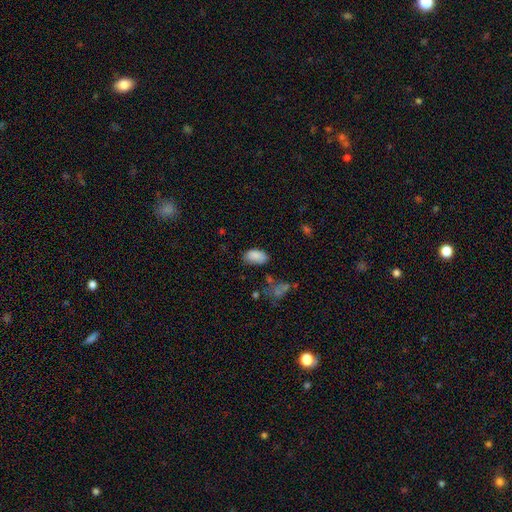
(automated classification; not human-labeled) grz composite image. It shows a smooth galaxy with no disk features (86%) that is in between round and cigar-shaped (92%). Merging: none (68%).